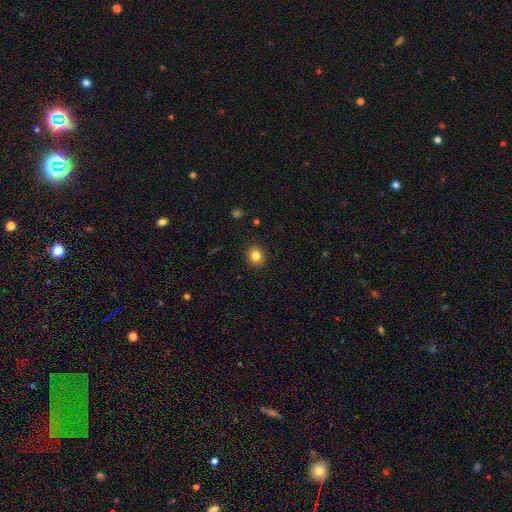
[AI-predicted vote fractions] Overall: smooth (83%). How rounded: round (71%). Merging: none (90%).